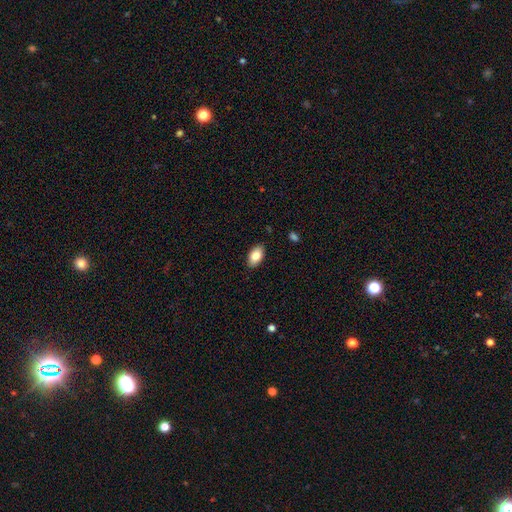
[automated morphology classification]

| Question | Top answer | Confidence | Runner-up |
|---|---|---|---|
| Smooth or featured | smooth | 84% | featured or disk (9%) |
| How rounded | in between | 93% | round (5%) |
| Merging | none | 88% | minor disturbance (9%) |